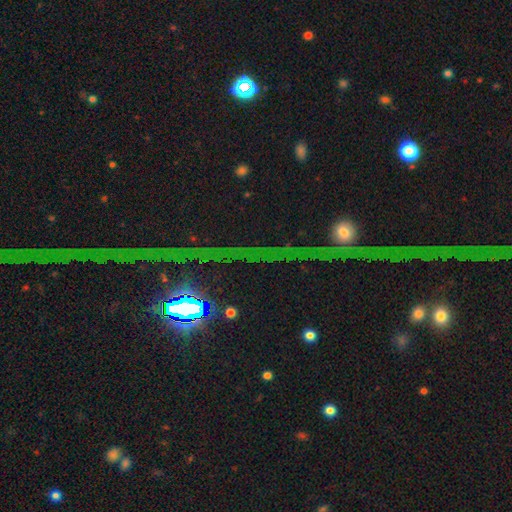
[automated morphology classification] Smooth or featured: star or artifact — 72% (featured or disk — 15%)